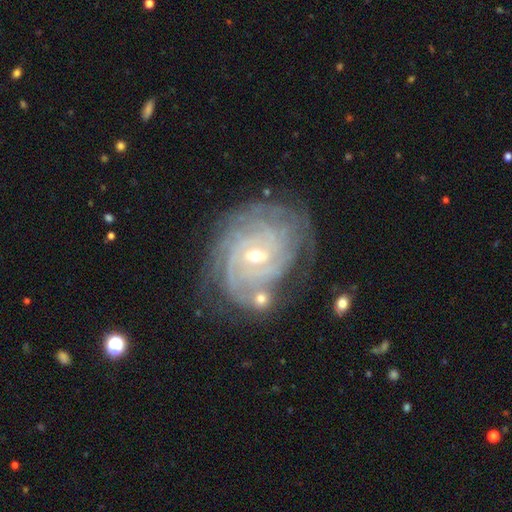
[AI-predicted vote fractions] smooth-or-featured: featured or disk: 88% | star or artifact: 6% | smooth: 6%
  disk-edge-on: no: 97% | yes: 3%
    bar: weak: 48% | no: 36% | strong: 16%
    has-spiral-arms: yes: 97% | no: 3%
      spiral-winding: tight: 81% | medium: 16% | loose: 3%
      spiral-arm-count: can't tell: 32% | 4: 23% | 3: 17% | more than 4: 12% | 2: 11% | 1: 6%
    bulge-size: small: 54% | moderate: 43% | large: 2% | none: 1% | dominant: 1%
  merging: none: 67% | minor disturbance: 18% | major disturbance: 8% | merger: 7%